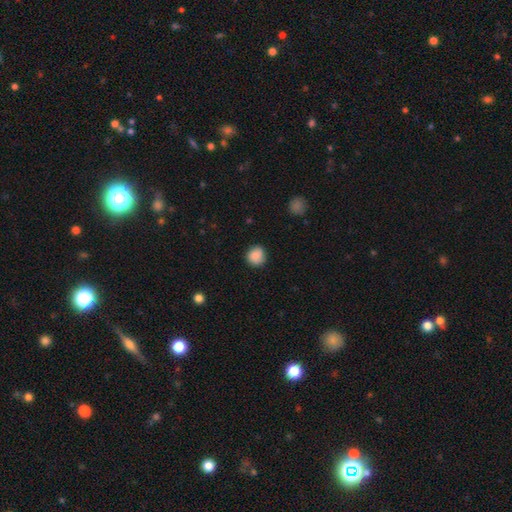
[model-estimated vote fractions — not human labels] The model was most divided on "merging": none: 83%, minor disturbance: 13%, major disturbance: 3%, merger: 1%. More confident: smooth or featured — smooth (87%); how rounded — round (87%).